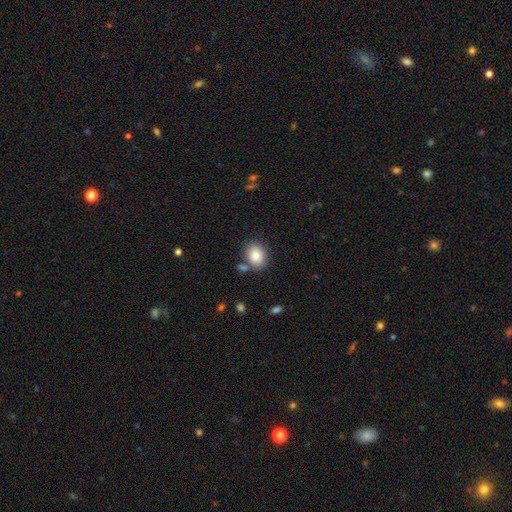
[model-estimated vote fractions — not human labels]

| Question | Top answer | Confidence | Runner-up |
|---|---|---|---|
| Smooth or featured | smooth | 85% | star or artifact (8%) |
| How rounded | in between | 52% | round (47%) |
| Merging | none | 73% | minor disturbance (13%) |